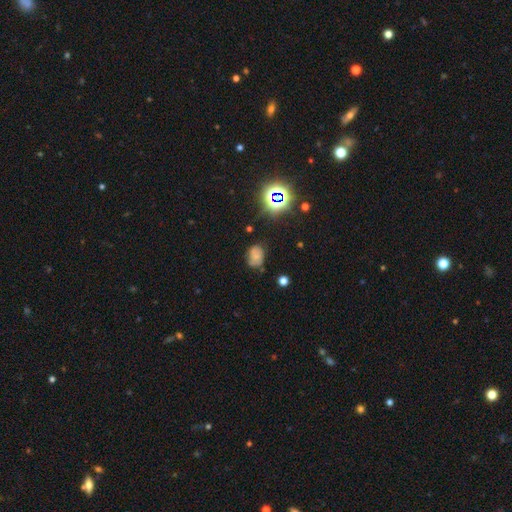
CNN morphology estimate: smooth-or-featured: smooth: 57% | star or artifact: 22% | featured or disk: 21%
  how-rounded: in between: 71% | round: 28% | cigar-shaped: 1%
  merging: none: 57% | minor disturbance: 30% | major disturbance: 10% | merger: 4%